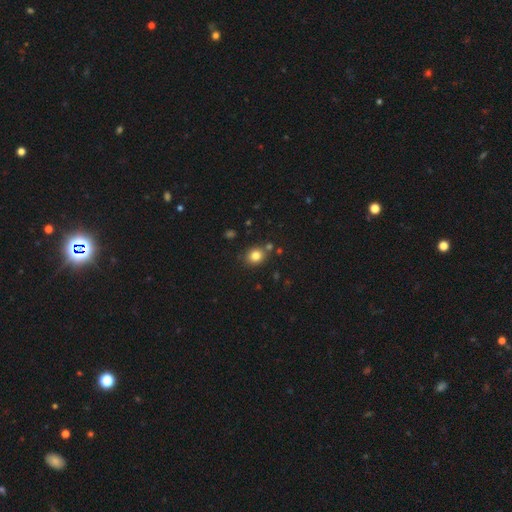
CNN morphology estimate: type=smooth (82%); roundness=round (72%); merging=none (78%).